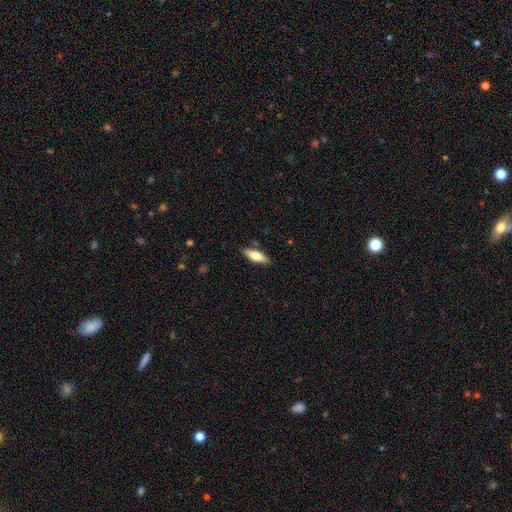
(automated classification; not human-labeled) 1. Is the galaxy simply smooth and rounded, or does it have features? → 66% smooth, 28% featured or disk, 6% star or artifact.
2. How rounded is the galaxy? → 54% in between, 44% cigar-shaped, 2% round.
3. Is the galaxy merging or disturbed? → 84% none, 12% minor disturbance, 2% major disturbance, 2% merger.